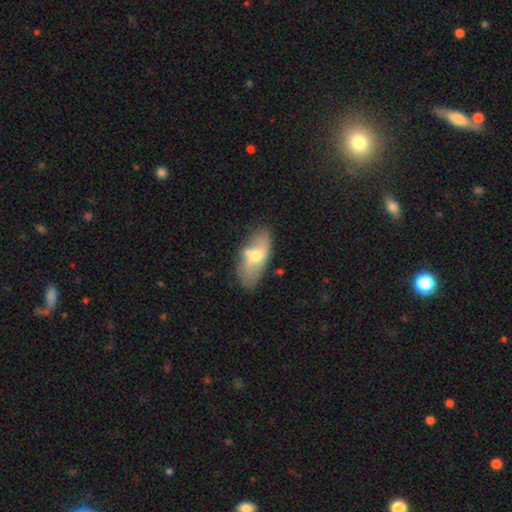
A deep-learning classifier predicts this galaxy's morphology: The model was most divided on "smooth or featured": smooth: 51%, featured or disk: 42%, star or artifact: 7%. More confident: how rounded — in between (85%); merging — none (65%).